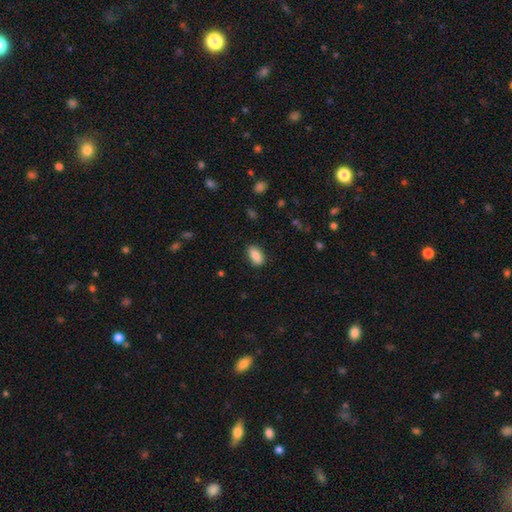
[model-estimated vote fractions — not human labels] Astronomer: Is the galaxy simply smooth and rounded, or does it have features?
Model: smooth — 86%.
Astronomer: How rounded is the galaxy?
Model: in between — 90%.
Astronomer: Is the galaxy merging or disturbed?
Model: none — 85%.